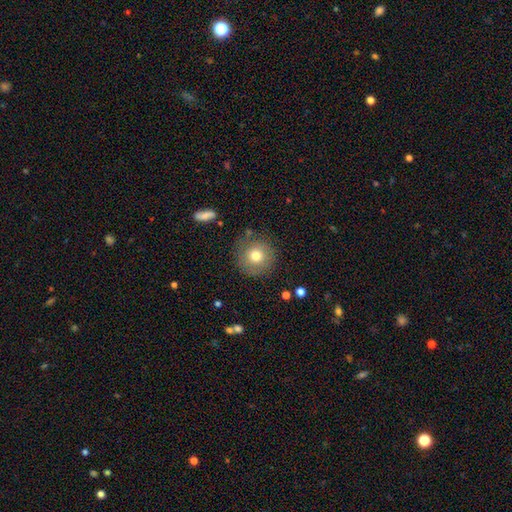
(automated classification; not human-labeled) A smooth galaxy with no disk features (76%) that is round (95%). Merging: none (83%).